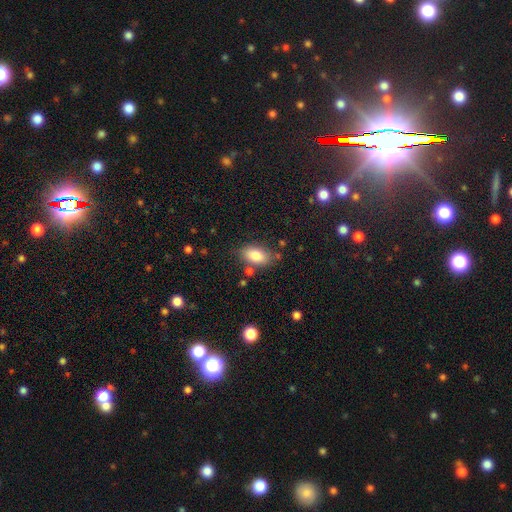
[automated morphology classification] smooth_or_featured: smooth (p=0.82) [alt: featured or disk p=0.10]
how_rounded: in between (p=0.90) [alt: round p=0.06]
merging: none (p=0.75) [alt: minor disturbance p=0.15]